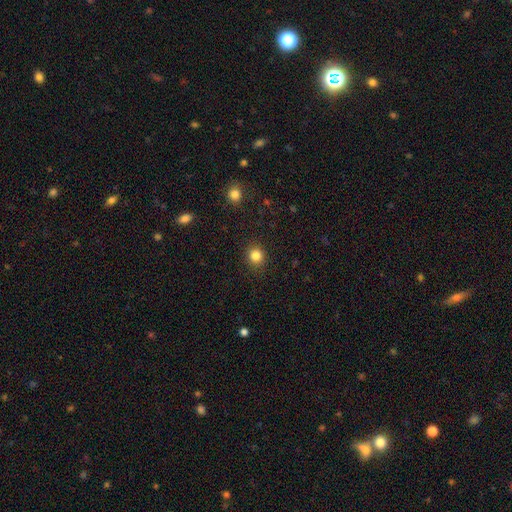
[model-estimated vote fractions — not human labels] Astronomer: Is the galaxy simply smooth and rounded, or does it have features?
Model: smooth — 84%.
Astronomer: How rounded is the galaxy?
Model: round — 87%.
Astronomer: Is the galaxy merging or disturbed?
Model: none — 90%.